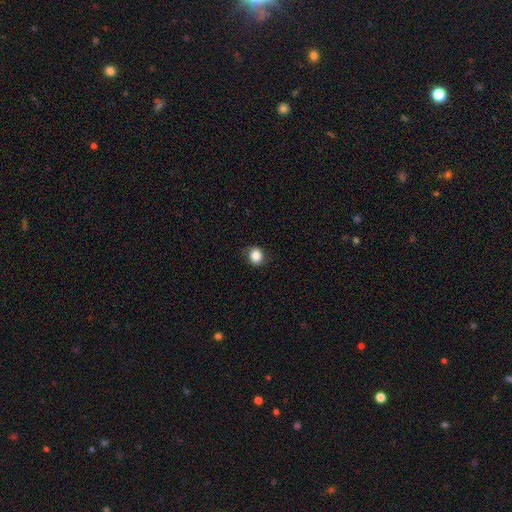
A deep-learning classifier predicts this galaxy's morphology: A smooth galaxy with no disk features (85%) that is round (78%).

Vote fractions:
- Smooth or featured? smooth: 85% / star or artifact: 10% / featured or disk: 5%
- How rounded? round: 78% / in between: 22% / cigar-shaped: 1%
- Merging? none: 82% / minor disturbance: 14% / major disturbance: 3% / merger: 1%